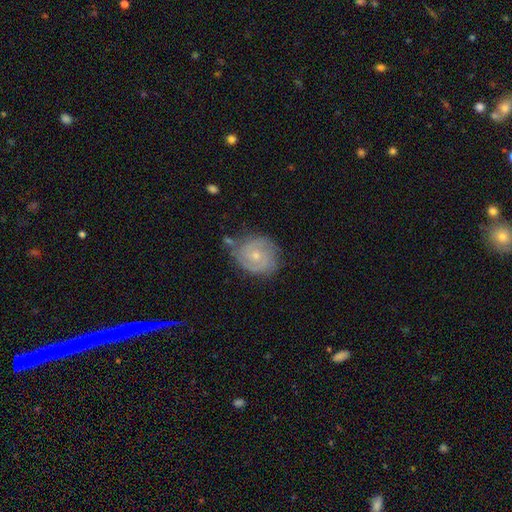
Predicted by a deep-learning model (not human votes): This is clearly a featured or disk galaxy (81%). It is clearly not viewed edge-on (98%). Bar: likely no (66%). Spiral arm pattern: clearly yes (95%). Spiral arm count: likely 2 (64%). Spiral winding: likely tight (60%). Central bulge: likely small (61%). Merging: likely none (73%).